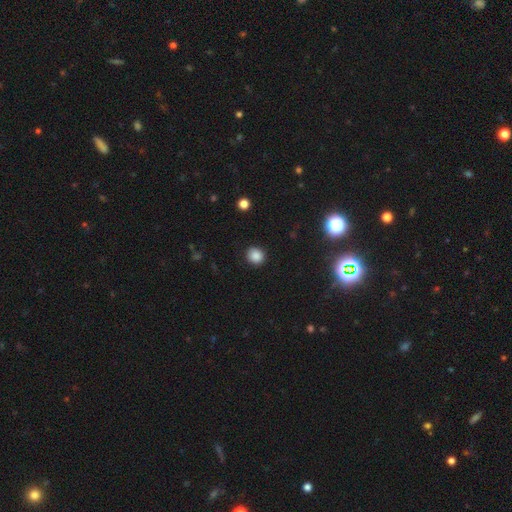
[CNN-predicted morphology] Smooth or featured? smooth (86%)
How rounded? round (83%)
Merging? none (90%)